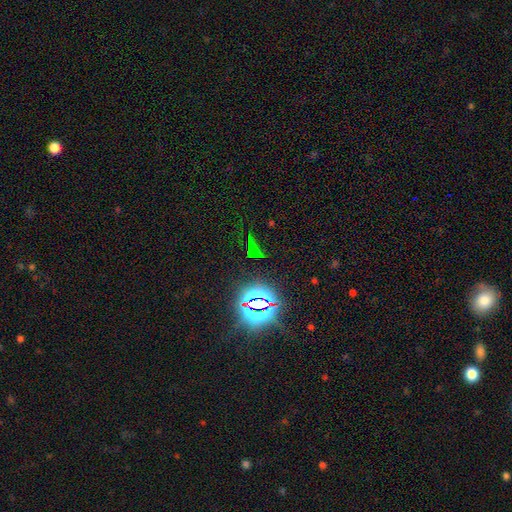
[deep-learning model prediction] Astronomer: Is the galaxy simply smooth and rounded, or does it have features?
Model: star or artifact — 71%.